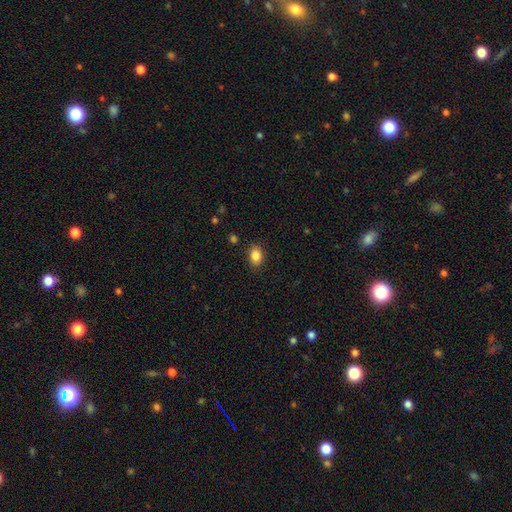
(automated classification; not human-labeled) The model was most divided on "how rounded": in between: 74%, round: 25%, cigar-shaped: 1%. More confident: merging — none (87%); smooth or featured — smooth (86%).